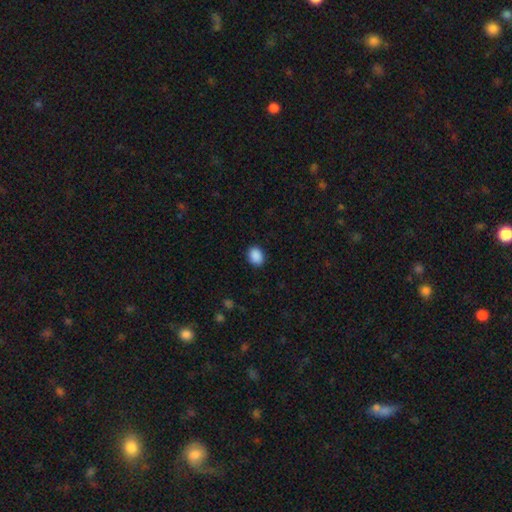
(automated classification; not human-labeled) smooth_or_featured: smooth (p=0.90) [alt: star or artifact p=0.08]
how_rounded: in between (p=0.61) [alt: round p=0.38]
merging: none (p=0.89) [alt: minor disturbance p=0.08]